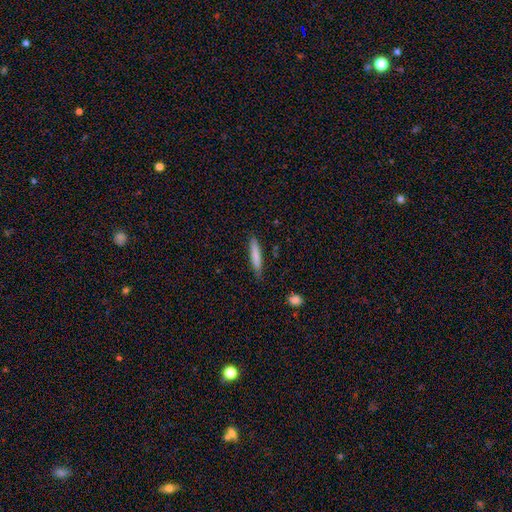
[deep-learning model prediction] smooth_or_featured: smooth (p=0.79) [alt: featured or disk p=0.14]
how_rounded: cigar-shaped (p=0.91) [alt: in between p=0.08]
merging: none (p=0.84) [alt: minor disturbance p=0.12]